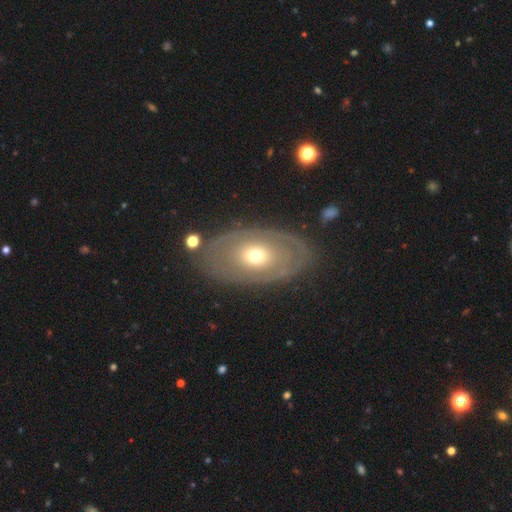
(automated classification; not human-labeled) Q: Smooth or featured?
A: featured or disk (57%); runner-up: smooth (36%)
Q: Edge-on disk?
A: no (90%); runner-up: yes (10%)
Q: Bar?
A: no (89%); runner-up: weak (8%)
Q: Spiral arms?
A: no (73%); runner-up: yes (27%)
Q: Bulge size?
A: moderate (57%); runner-up: small (34%)
Q: Merging?
A: none (79%); runner-up: minor disturbance (13%)